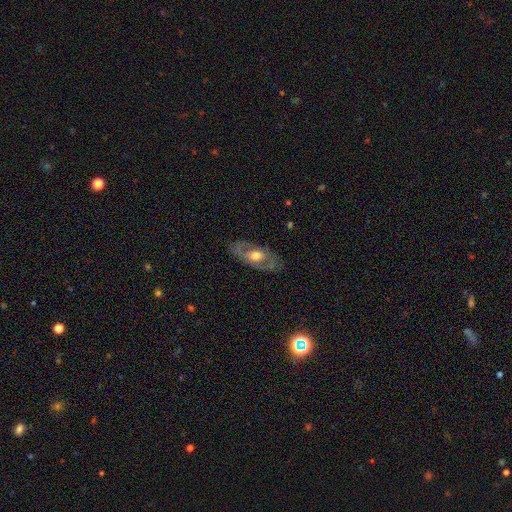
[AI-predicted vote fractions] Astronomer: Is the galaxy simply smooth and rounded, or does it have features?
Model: featured or disk — 63%.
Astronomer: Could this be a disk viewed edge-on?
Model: no — 82%.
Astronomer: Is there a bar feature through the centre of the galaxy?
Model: no — 63%.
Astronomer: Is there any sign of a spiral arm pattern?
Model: no — 59% (runner-up: yes, 41%).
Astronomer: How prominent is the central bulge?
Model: moderate — 67%.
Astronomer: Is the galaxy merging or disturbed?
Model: none — 77%.